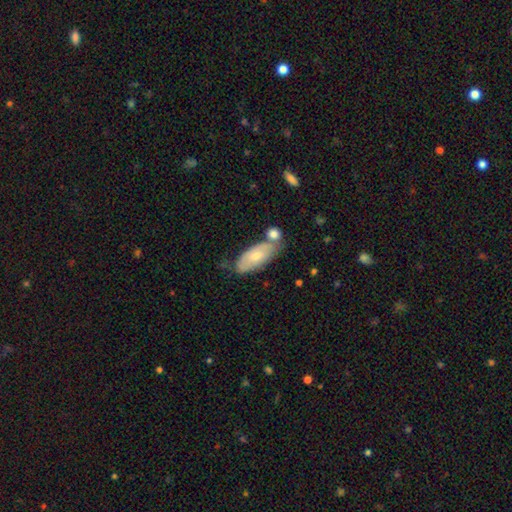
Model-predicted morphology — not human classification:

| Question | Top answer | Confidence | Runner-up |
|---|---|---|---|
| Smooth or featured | smooth | 64% | featured or disk (30%) |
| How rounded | in between | 83% | cigar-shaped (15%) |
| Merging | none | 52% | merger (22%) |